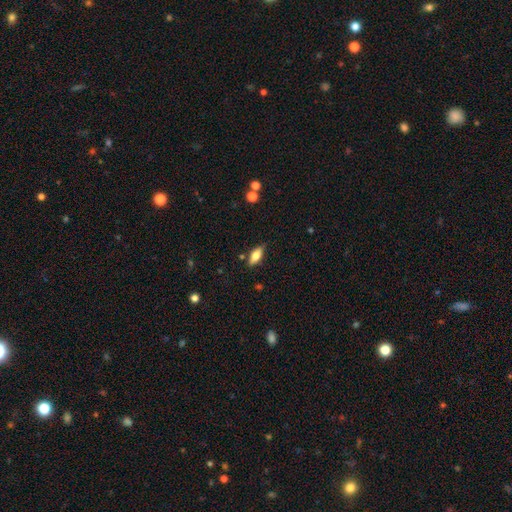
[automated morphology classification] This is likely a smooth galaxy (67%). How rounded: likely in between (79%). Merging: likely none (79%).